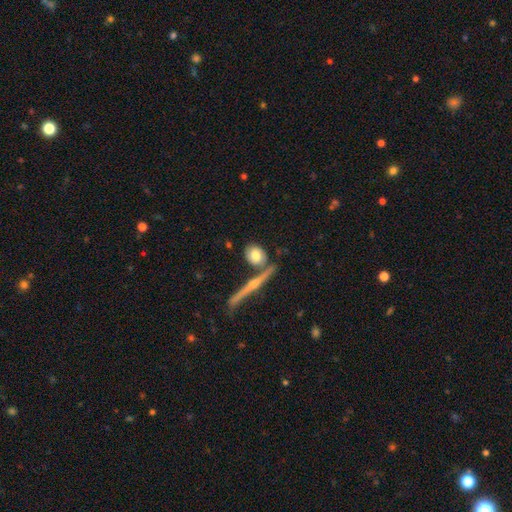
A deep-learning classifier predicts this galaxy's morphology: smooth-or-featured: smooth: 63% | featured or disk: 30% | star or artifact: 7%
  how-rounded: round: 46% | in between: 45% | cigar-shaped: 10%
  merging: none: 62% | merger: 19% | minor disturbance: 14% | major disturbance: 5%